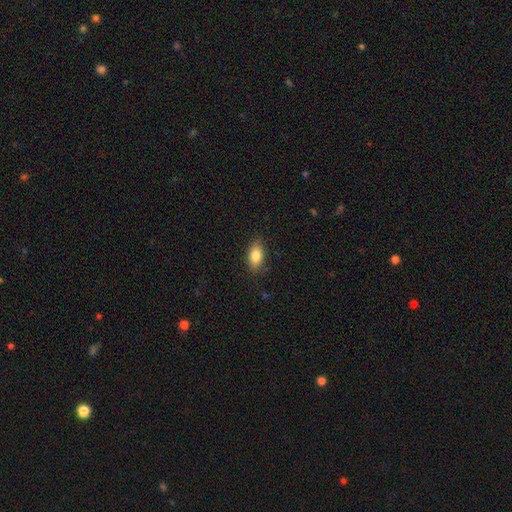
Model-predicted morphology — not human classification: type=smooth (83%); roundness=in between (87%); merging=none (82%).